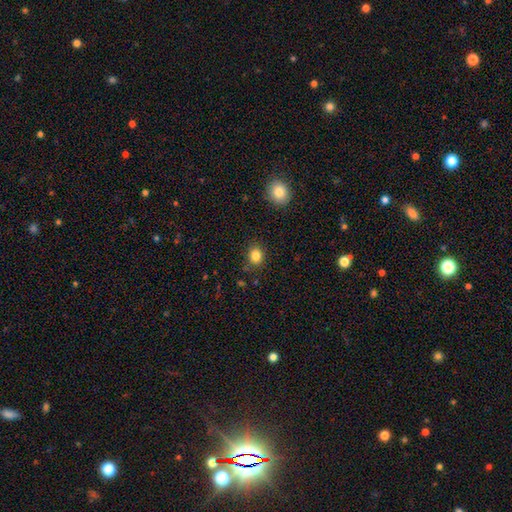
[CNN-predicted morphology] Smooth or featured?
  - smooth: 84% *
  - star or artifact: 11%
  - featured or disk: 5%
How rounded?
  - round: 60% *
  - in between: 39%
  - cigar-shaped: 1%
Merging?
  - none: 83% *
  - minor disturbance: 11%
  - major disturbance: 3%
  - merger: 2%